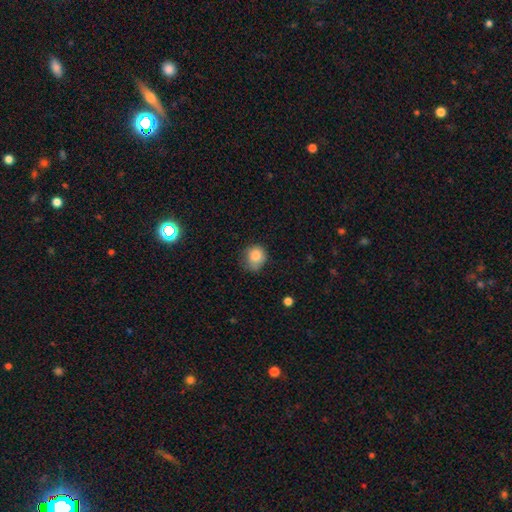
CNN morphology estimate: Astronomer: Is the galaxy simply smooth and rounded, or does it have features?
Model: smooth — 83%.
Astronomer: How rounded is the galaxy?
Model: round — 81%.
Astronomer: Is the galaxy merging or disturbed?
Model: none — 61%.